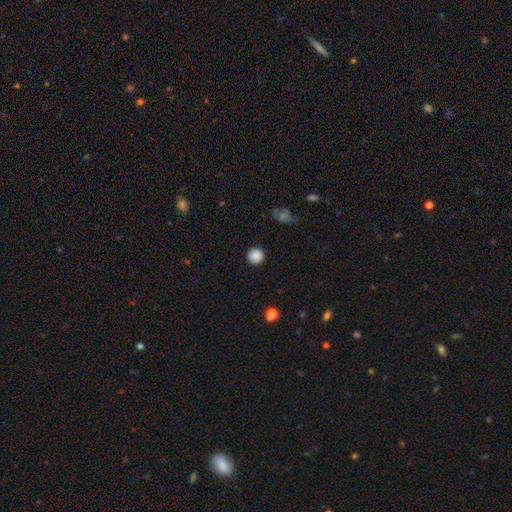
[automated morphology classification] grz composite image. It shows a smooth galaxy with no disk features (87%) that is round (95%). Merging: none (92%).